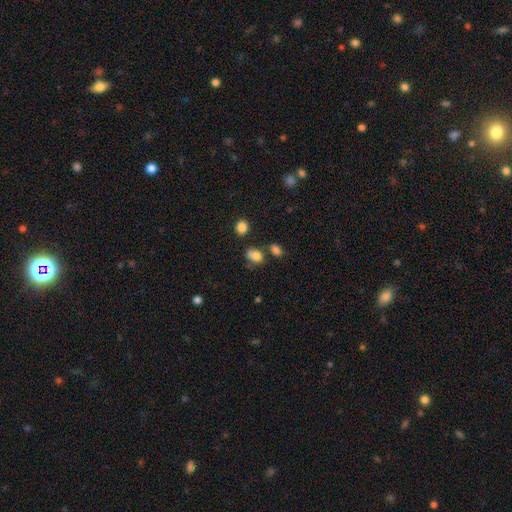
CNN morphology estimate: Overall: smooth (77%). How rounded: in between (70%). Merging: none (49%; minor disturbance 23%).